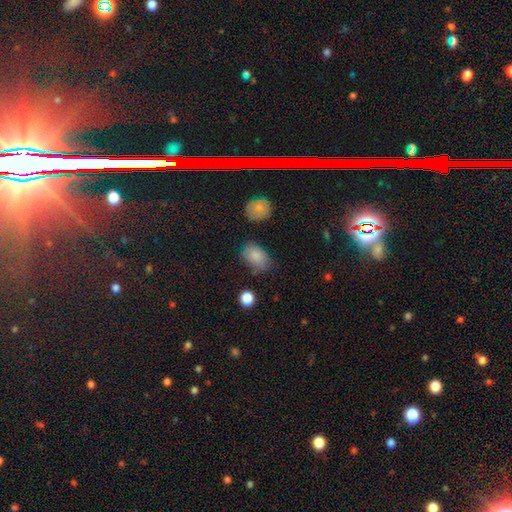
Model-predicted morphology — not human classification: type=smooth (83%); roundness=in between (85%); merging=none (59%).